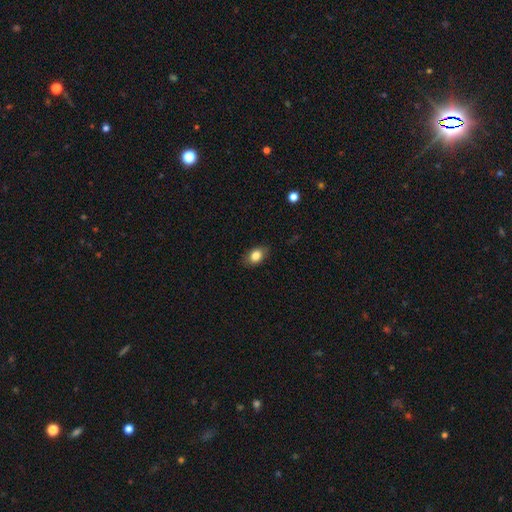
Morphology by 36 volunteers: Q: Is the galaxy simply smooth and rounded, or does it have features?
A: smooth — 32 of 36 (89%).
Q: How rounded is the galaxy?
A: in between — 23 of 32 (72%).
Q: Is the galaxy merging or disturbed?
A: none — 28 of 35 (80%).